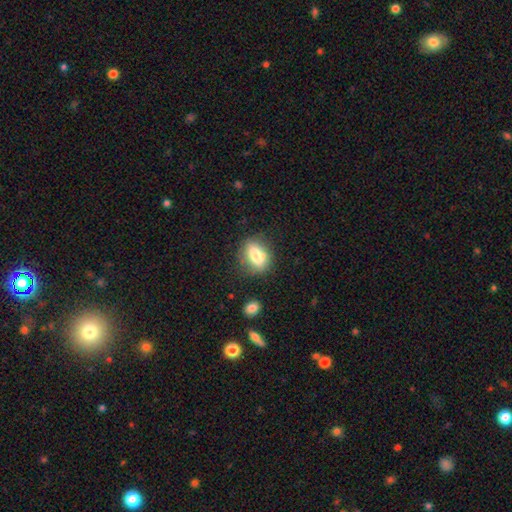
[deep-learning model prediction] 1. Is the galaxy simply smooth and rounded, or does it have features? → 73% smooth, 18% featured or disk, 9% star or artifact.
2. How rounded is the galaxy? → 67% in between, 27% round, 6% cigar-shaped.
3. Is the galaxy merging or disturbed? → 74% none, 17% minor disturbance, 5% major disturbance, 3% merger.